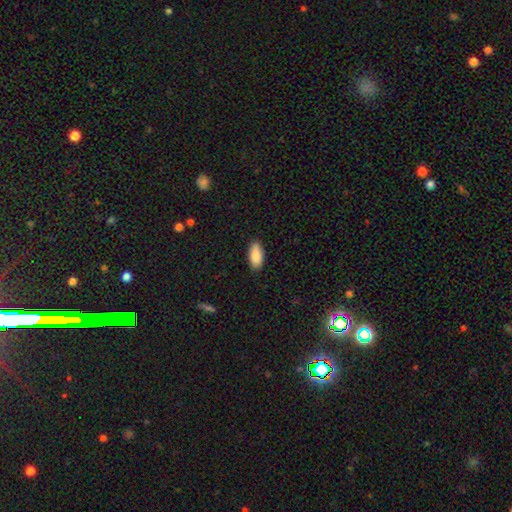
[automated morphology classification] Smooth or featured? Predicted: smooth (p=0.88). How rounded? Predicted: in between (p=0.91). Merging? Predicted: none (p=0.87).